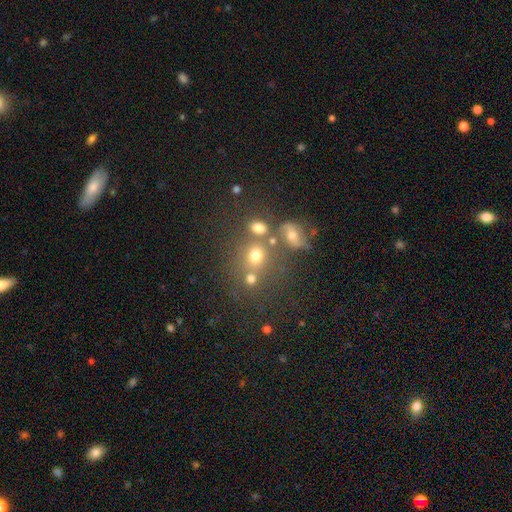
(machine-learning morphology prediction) smooth 66%, star or artifact 19%, featured or disk 15%. Down the decision tree: how rounded — round (70%); merging — none (53%).